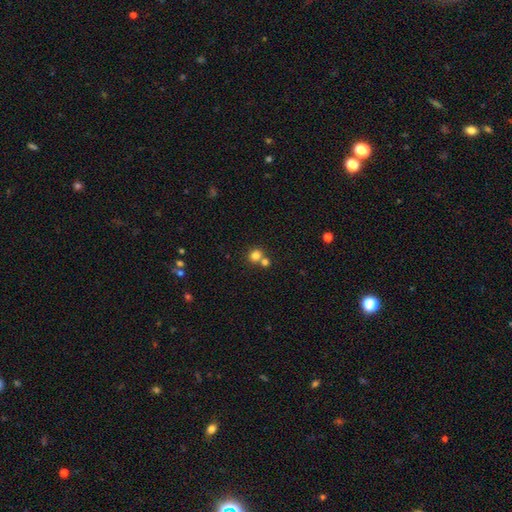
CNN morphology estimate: A smooth galaxy with no disk features (80%) that is round (85%). Merging: none (54%).